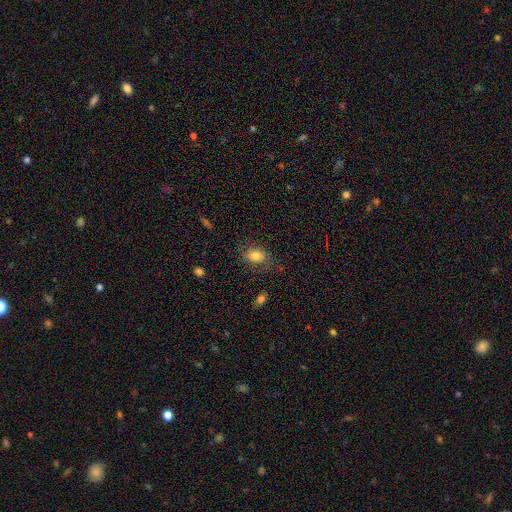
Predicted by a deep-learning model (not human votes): This is likely a smooth galaxy (76%). How rounded: clearly in between (80%). Merging: likely none (68%).